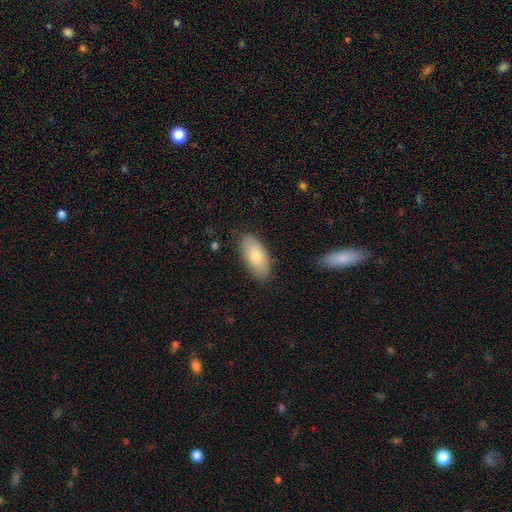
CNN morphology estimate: type=smooth (74%); roundness=in between (90%); merging=none (85%).